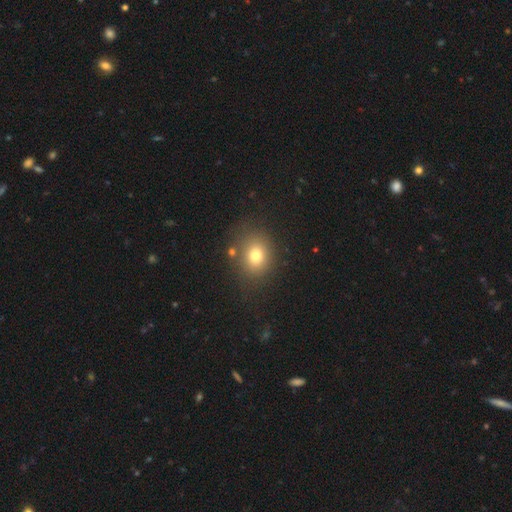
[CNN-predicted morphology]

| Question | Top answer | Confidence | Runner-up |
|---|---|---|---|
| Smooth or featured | smooth | 75% | star or artifact (14%) |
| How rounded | round | 54% | in between (45%) |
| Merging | none | 79% | minor disturbance (11%) |